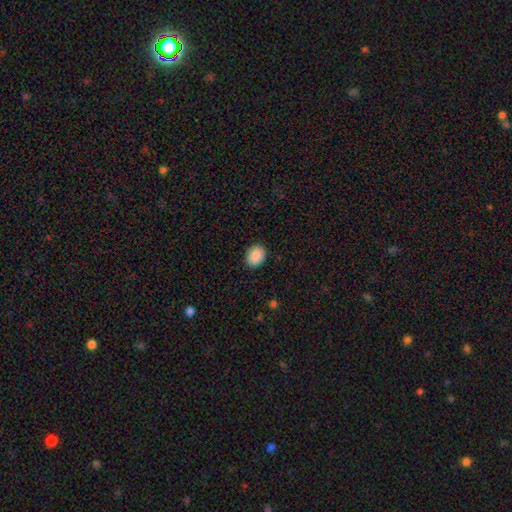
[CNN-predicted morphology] Smooth or featured?
  - smooth: 89% *
  - star or artifact: 7%
  - featured or disk: 4%
How rounded?
  - in between: 56% *
  - round: 43%
  - cigar-shaped: 1%
Merging?
  - none: 88% *
  - minor disturbance: 9%
  - major disturbance: 2%
  - merger: 1%